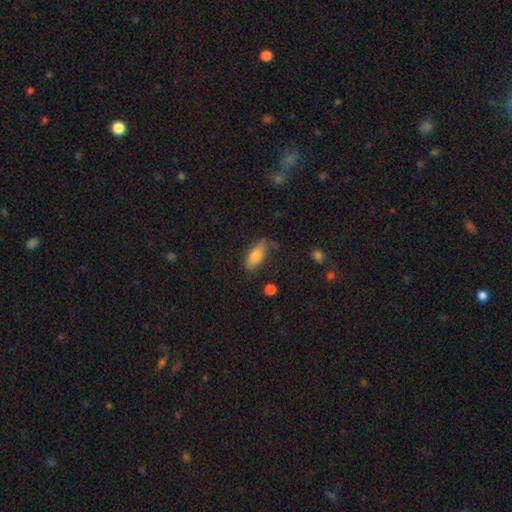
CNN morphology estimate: smooth 80%, featured or disk 12%, star or artifact 8%. Down the decision tree: how rounded — in between (82%); merging — none (60%).